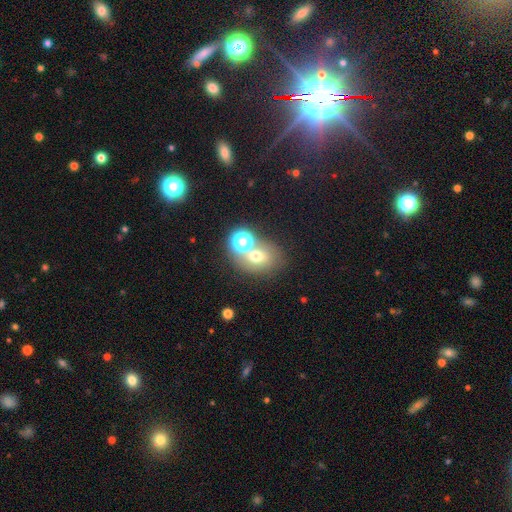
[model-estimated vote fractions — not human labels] Smooth or featured?
  - smooth: 58% *
  - featured or disk: 21%
  - star or artifact: 21%
How rounded?
  - round: 51% *
  - in between: 48%
  - cigar-shaped: 1%
Merging?
  - none: 46% *
  - merger: 36%
  - minor disturbance: 11%
  - major disturbance: 7%